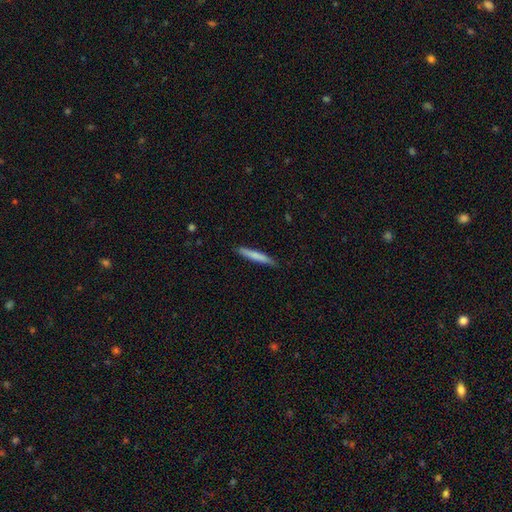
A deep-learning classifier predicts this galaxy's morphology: Smooth or featured? smooth (75%)
How rounded? cigar-shaped (95%)
Merging? none (88%)